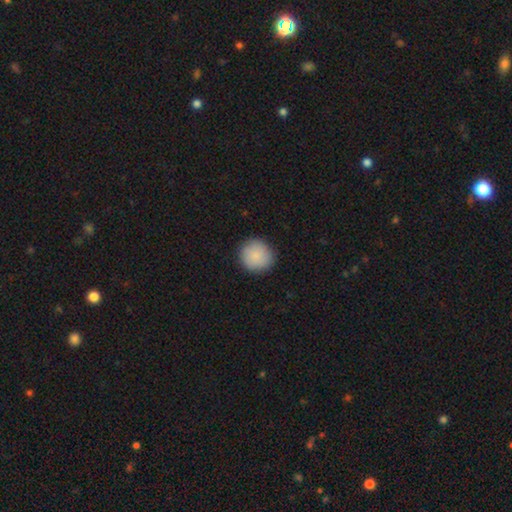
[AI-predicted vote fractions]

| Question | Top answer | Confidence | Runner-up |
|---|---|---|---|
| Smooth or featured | smooth | 88% | star or artifact (7%) |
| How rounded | round | 91% | in between (8%) |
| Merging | none | 88% | minor disturbance (9%) |